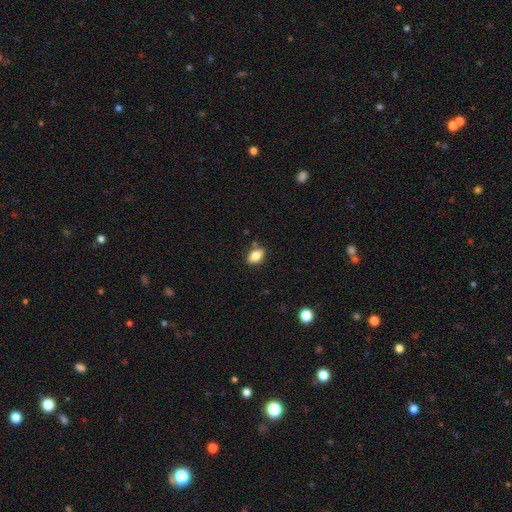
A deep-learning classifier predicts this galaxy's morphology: smooth-or-featured: smooth: 80% | featured or disk: 11% | star or artifact: 9%
  how-rounded: in between: 84% | round: 13% | cigar-shaped: 3%
  merging: none: 80% | minor disturbance: 13% | merger: 5% | major disturbance: 3%